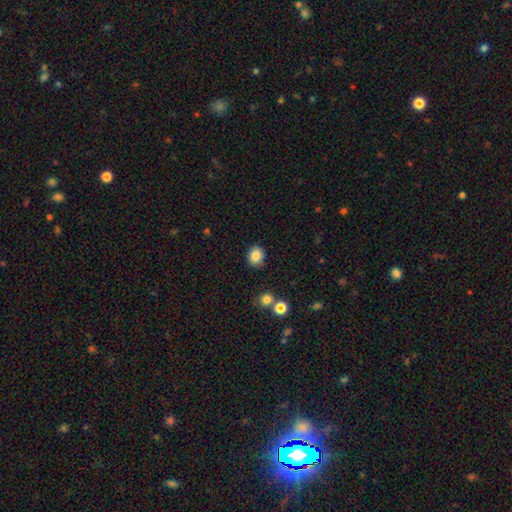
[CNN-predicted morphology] This appears to be a smooth galaxy with no disk features (84%) that is round (65%). Merging: none (87%).